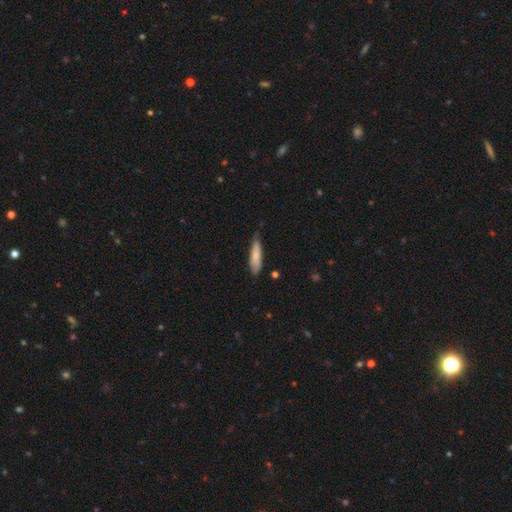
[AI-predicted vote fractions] This appears to be a smooth galaxy with no disk features (78%) that is cigar-shaped (73%). Merging: none (66%).